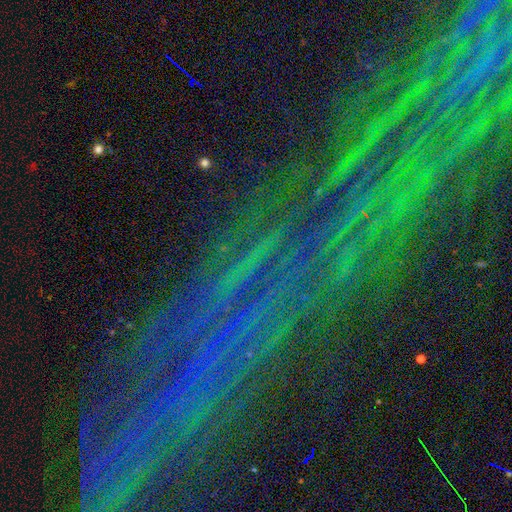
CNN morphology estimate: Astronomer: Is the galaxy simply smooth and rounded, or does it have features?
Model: star or artifact — 80%.